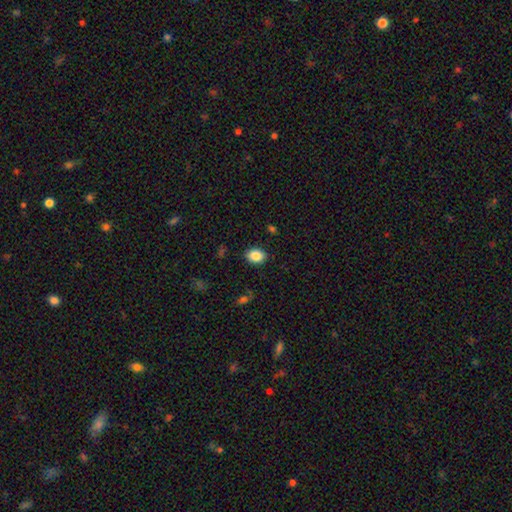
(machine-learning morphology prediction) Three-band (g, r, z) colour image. It shows a smooth galaxy with no disk features (87%) that is in between round and cigar-shaped (68%). Merging: none (88%).